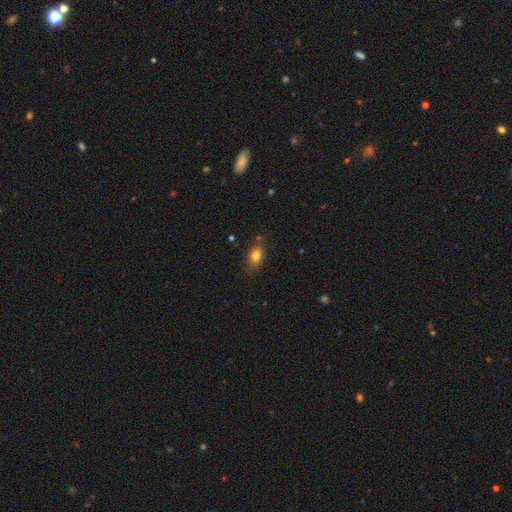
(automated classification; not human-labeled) smooth_or_featured: smooth (p=0.79) [alt: featured or disk p=0.11]
how_rounded: in between (p=0.78) [alt: round p=0.17]
merging: none (p=0.77) [alt: minor disturbance p=0.16]